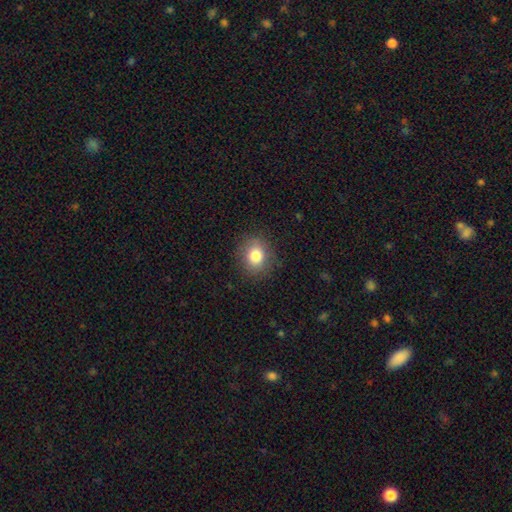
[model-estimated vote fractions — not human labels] A smooth galaxy with no disk features (83%) that is round (67%). Merging: none (85%).